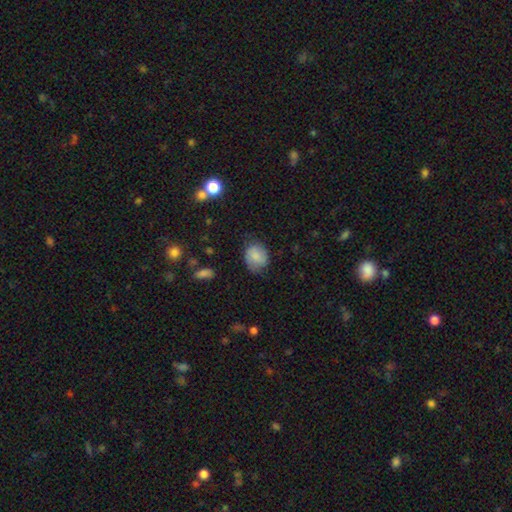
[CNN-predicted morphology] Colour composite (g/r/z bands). It shows a smooth galaxy with no disk features (78%) that is round (51%). Merging: none (67%).